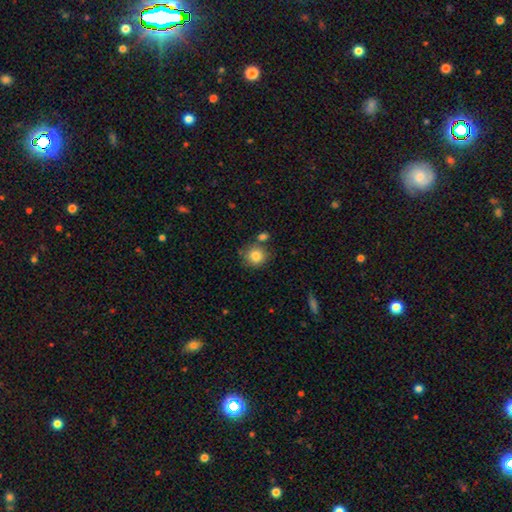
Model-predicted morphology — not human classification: Overall: smooth (83%). How rounded: round (89%). Merging: none (73%).